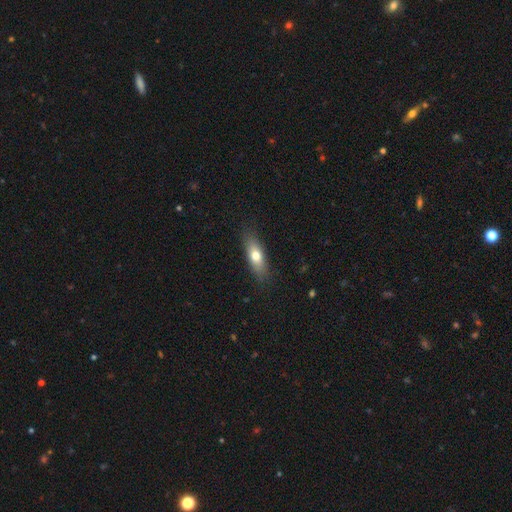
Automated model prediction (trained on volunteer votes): Q: Smooth or featured?
A: smooth (70%); runner-up: featured or disk (23%)
Q: How rounded?
A: in between (63%); runner-up: cigar-shaped (34%)
Q: Merging?
A: none (84%); runner-up: minor disturbance (12%)